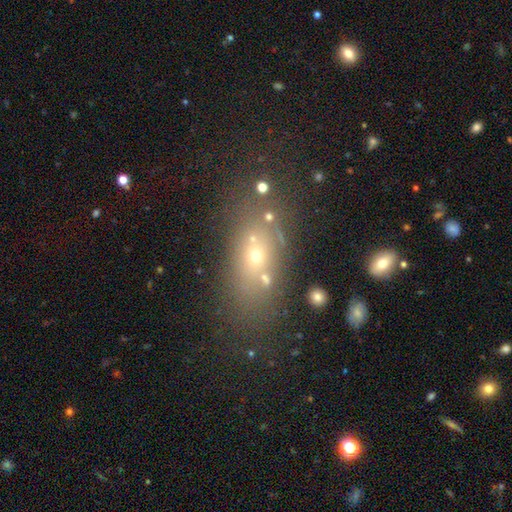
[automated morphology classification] Smooth or featured: smooth — 48% (star or artifact — 26%)
Merging: none — 60% (merger — 17%)